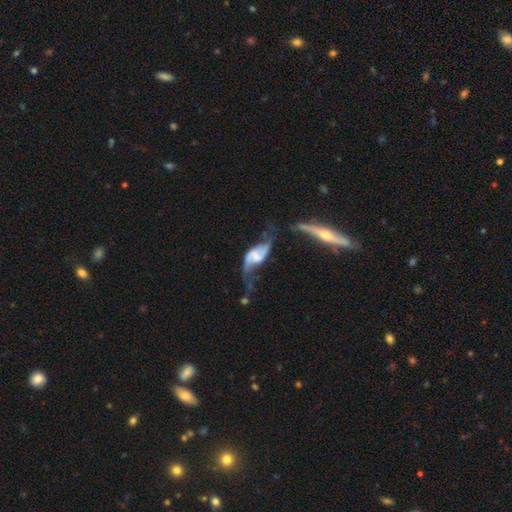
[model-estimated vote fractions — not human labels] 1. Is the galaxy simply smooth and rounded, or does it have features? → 82% featured or disk, 13% smooth, 6% star or artifact.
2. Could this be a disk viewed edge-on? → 93% no, 7% yes.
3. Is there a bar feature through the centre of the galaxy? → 41% weak, 37% no, 22% strong.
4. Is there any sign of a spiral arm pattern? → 90% yes, 10% no.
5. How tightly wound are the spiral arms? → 78% loose, 17% medium, 5% tight.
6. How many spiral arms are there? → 90% 2, 4% can't tell, 4% 1, 1% 3, 1% 4, 1% more than 4.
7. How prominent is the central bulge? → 41% none, 26% small, 19% moderate, 11% large, 3% dominant.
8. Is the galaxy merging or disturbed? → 36% none, 26% major disturbance, 19% minor disturbance, 19% merger.